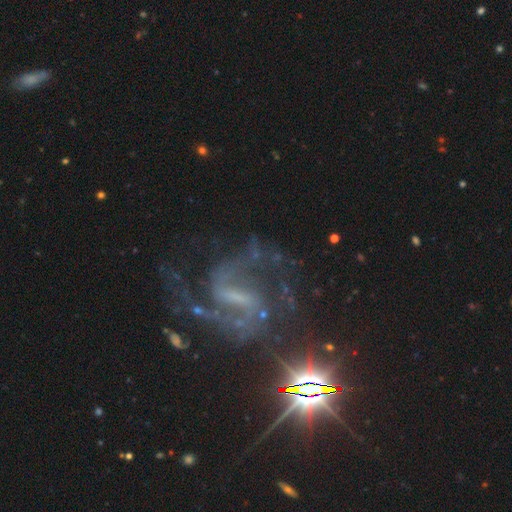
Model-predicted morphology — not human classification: Smooth or featured? featured or disk (81%)
Edge-on disk? no (97%)
Bar? strong (46%)
Spiral arms? yes (95%)
Spiral winding? medium (53%)
Spiral arm count? 2 (80%)
Bulge size? none (42%)
Merging? none (59%)